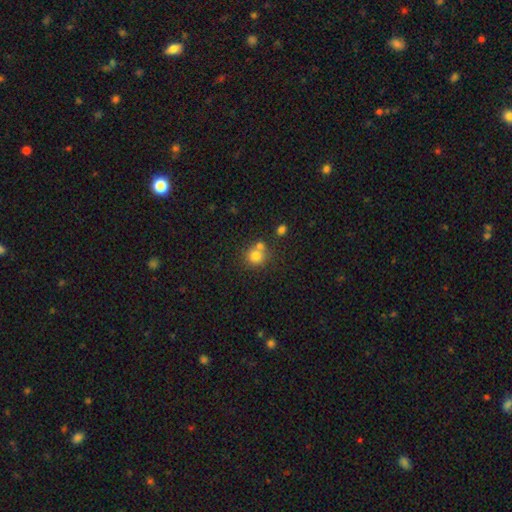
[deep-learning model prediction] Smooth or featured: smooth — 78% (star or artifact — 12%)
How rounded: round — 86% (in between — 13%)
Merging: none — 55% (merger — 33%)